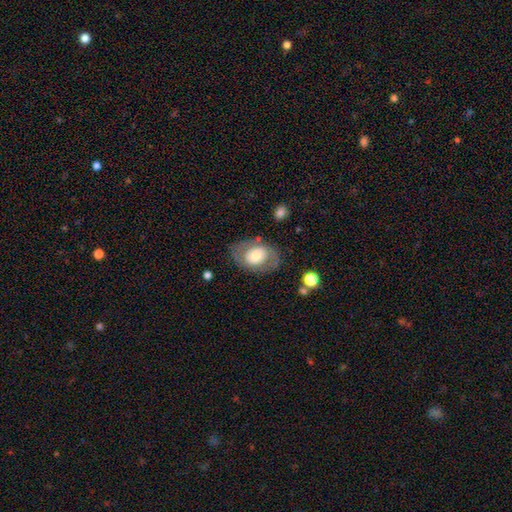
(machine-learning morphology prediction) Overall: smooth (52%; featured or disk 41%). How rounded: in between (71%). Merging: none (72%).